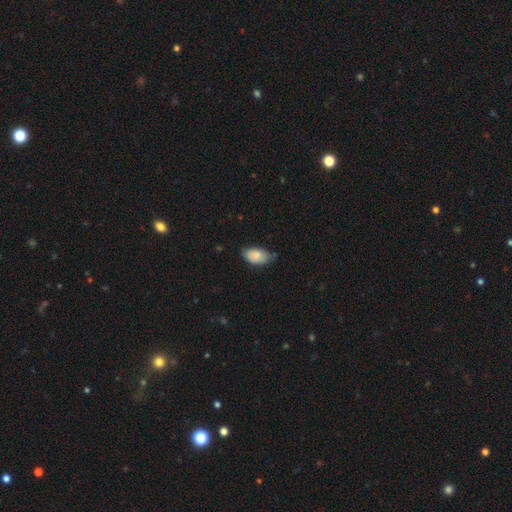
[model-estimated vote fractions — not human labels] The model was most divided on "merging": none: 57%, minor disturbance: 36%, major disturbance: 6%, merger: 2%. More confident: how rounded — in between (94%); smooth or featured — smooth (84%).